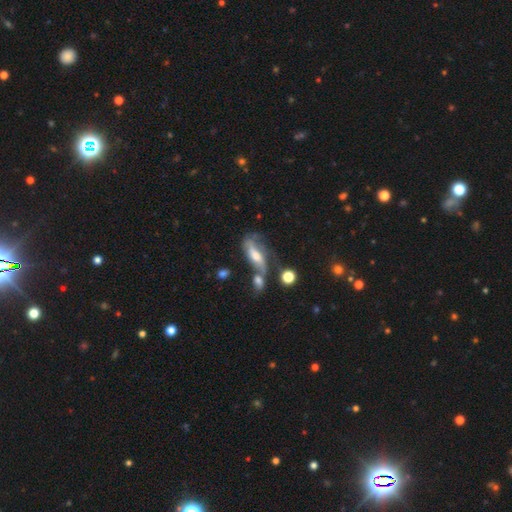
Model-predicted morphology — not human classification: This appears to be a featured or disk galaxy (56%). Merging: none (32%).